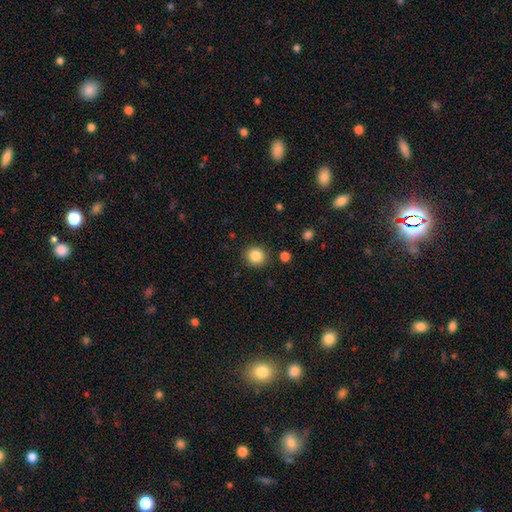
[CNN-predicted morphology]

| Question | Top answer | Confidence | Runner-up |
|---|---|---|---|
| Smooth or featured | smooth | 85% | star or artifact (10%) |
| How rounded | round | 84% | in between (15%) |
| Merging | none | 88% | minor disturbance (7%) |